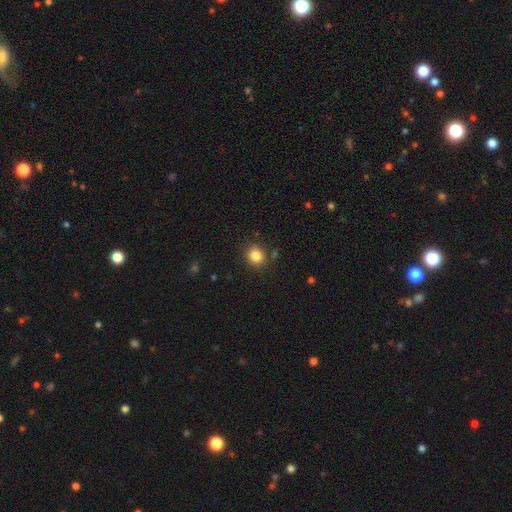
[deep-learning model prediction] Smooth or featured?
  - smooth: 84% *
  - star or artifact: 11%
  - featured or disk: 5%
How rounded?
  - round: 82% *
  - in between: 18%
  - cigar-shaped: 1%
Merging?
  - none: 84% *
  - minor disturbance: 9%
  - merger: 4%
  - major disturbance: 3%